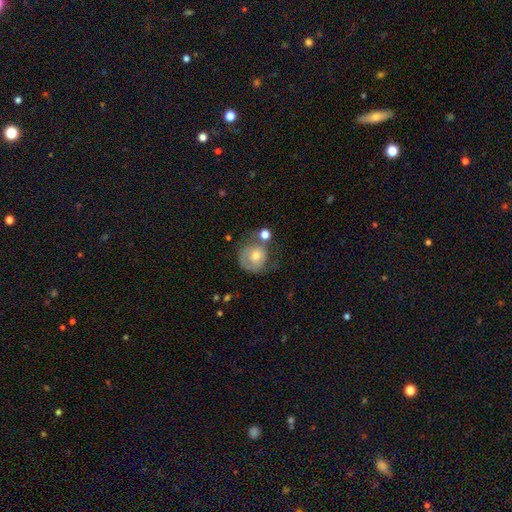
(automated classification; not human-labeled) Overall: smooth (58%; featured or disk 34%). How rounded: round (83%). Merging: none (44%; minor disturbance 25%).